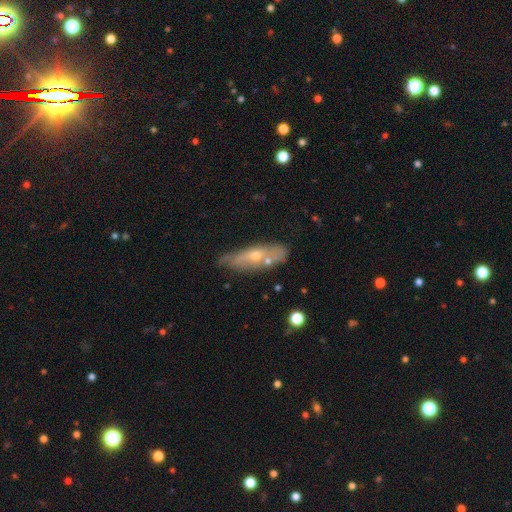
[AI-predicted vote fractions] Smooth or featured?
  - featured or disk: 53% *
  - smooth: 37%
  - star or artifact: 10%
Edge-on disk?
  - no: 56% *
  - yes: 44%
Merging?
  - none: 72% *
  - minor disturbance: 17%
  - merger: 6%
  - major disturbance: 4%